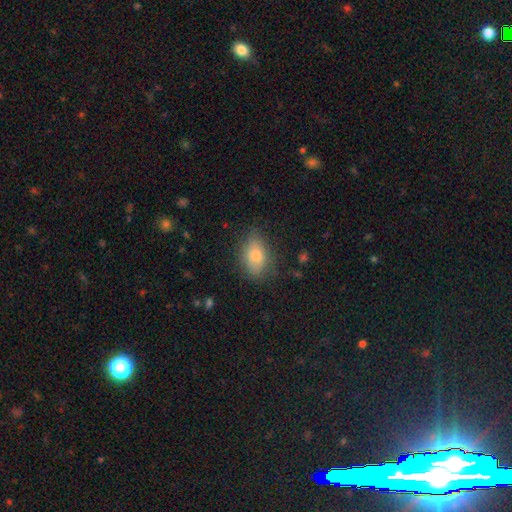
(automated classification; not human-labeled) This is likely a smooth galaxy (76%). How rounded: clearly in between (85%). Merging: likely none (78%).